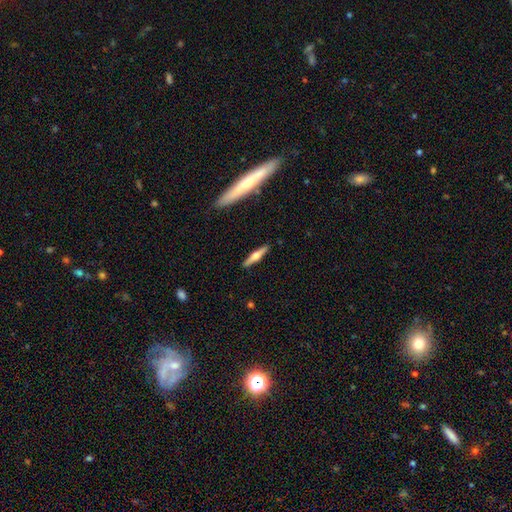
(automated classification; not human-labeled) Smooth or featured? featured or disk (54%)
Edge-on disk? yes (96%)
Edge-on bulge? rounded (88%)
Merging? none (89%)